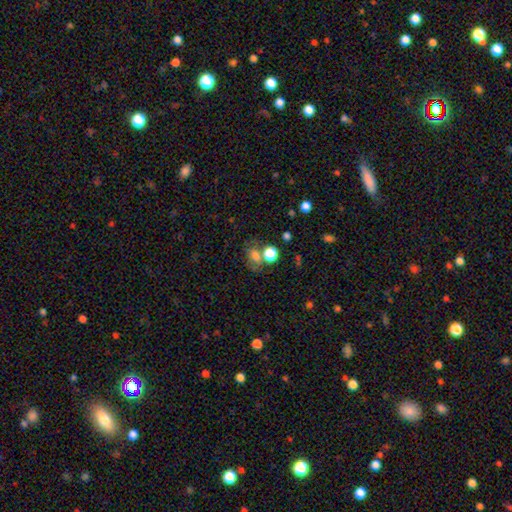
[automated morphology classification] Smooth or featured: smooth — 69% (star or artifact — 18%)
How rounded: in between — 53% (round — 45%)
Merging: none — 49% (merger — 28%)